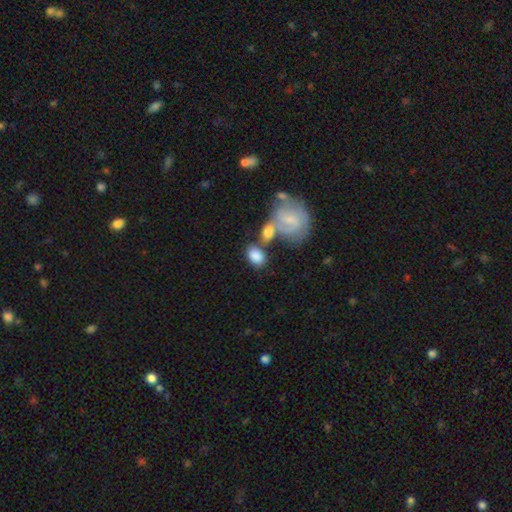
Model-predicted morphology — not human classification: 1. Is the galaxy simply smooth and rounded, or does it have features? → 73% smooth, 21% featured or disk, 6% star or artifact.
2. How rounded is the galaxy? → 79% in between, 19% round, 2% cigar-shaped.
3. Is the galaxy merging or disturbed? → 41% none, 34% merger, 17% minor disturbance, 9% major disturbance.